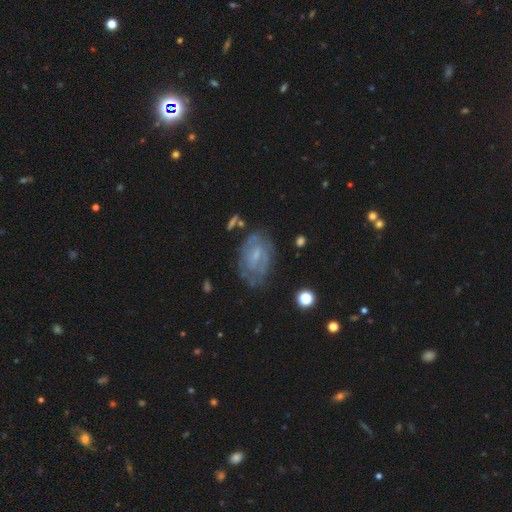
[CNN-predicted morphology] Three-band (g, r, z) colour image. It shows a featured or disk galaxy (70%) with a weak bar (52%), tight (52%) spiral arms (80%) and a small central bulge (54%). Merging: none (66%).